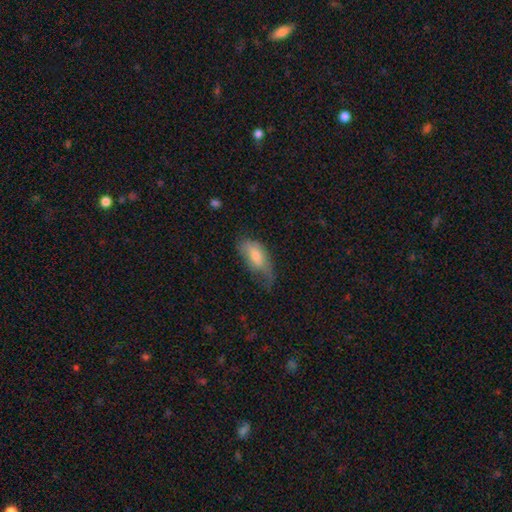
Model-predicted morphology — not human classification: Smooth or featured? smooth (67%)
How rounded? in between (88%)
Merging? minor disturbance (37%)